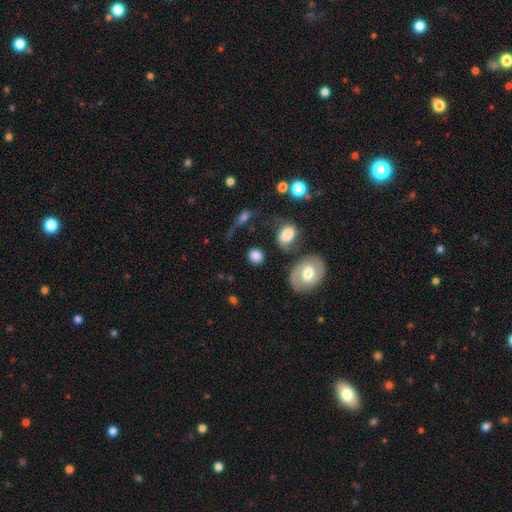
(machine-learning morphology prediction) Smooth or featured?
  - smooth: 75% *
  - featured or disk: 15%
  - star or artifact: 10%
How rounded?
  - round: 70% *
  - in between: 28%
  - cigar-shaped: 2%
Merging?
  - none: 65% *
  - minor disturbance: 14%
  - major disturbance: 10%
  - merger: 10%